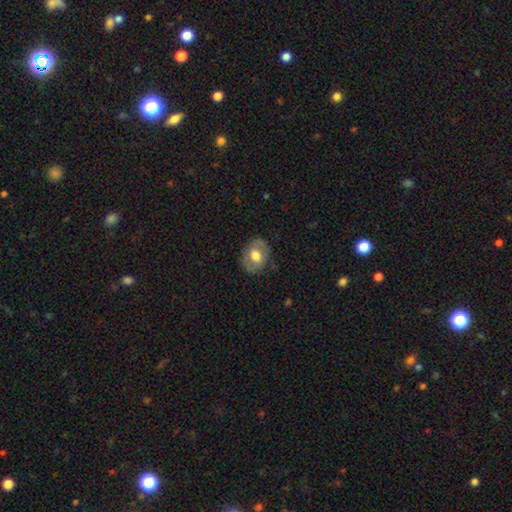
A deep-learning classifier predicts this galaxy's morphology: Overall: smooth (56%; featured or disk 37%). How rounded: in between (54%; round 45%). Merging: none (80%).